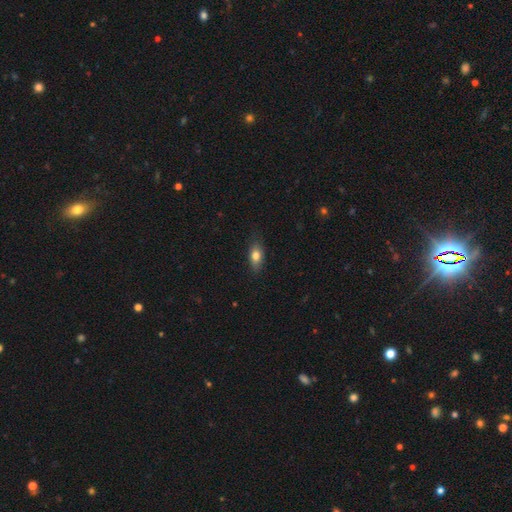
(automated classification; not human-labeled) Overall: smooth (77%). How rounded: in between (82%). Merging: none (79%).